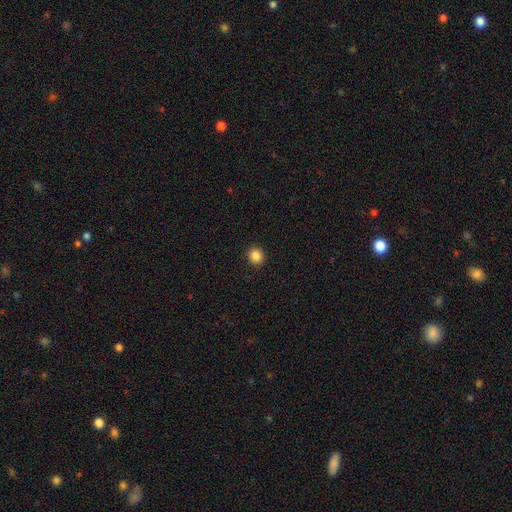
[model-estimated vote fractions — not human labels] A smooth galaxy with no disk features (87%) that is round (85%).

Vote fractions:
- Smooth or featured? smooth: 87% / star or artifact: 10% / featured or disk: 3%
- How rounded? round: 85% / in between: 14% / cigar-shaped: 1%
- Merging? none: 92% / minor disturbance: 5% / major disturbance: 2% / merger: 1%